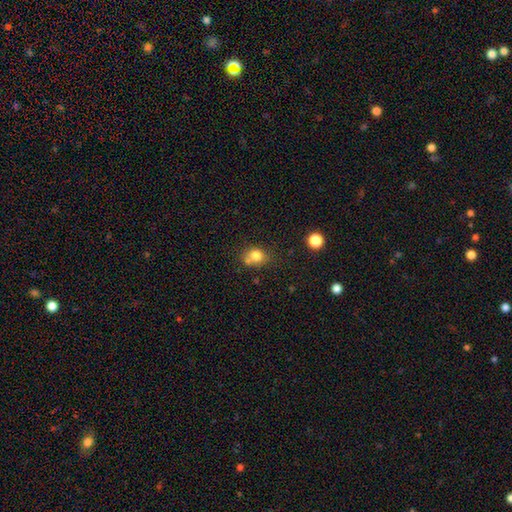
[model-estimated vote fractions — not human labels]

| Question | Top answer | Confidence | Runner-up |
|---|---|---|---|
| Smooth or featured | smooth | 78% | star or artifact (12%) |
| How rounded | round | 64% | in between (35%) |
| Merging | none | 52% | merger (28%) |